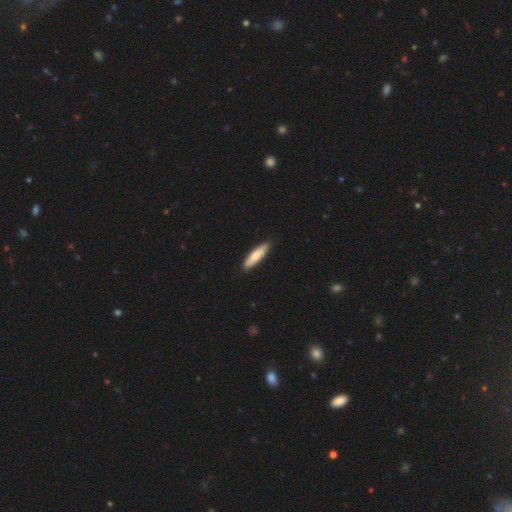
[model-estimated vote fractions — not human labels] The model was most divided on "how rounded": cigar-shaped: 76%, in between: 22%, round: 1%. More confident: merging — none (89%); smooth or featured — smooth (77%).